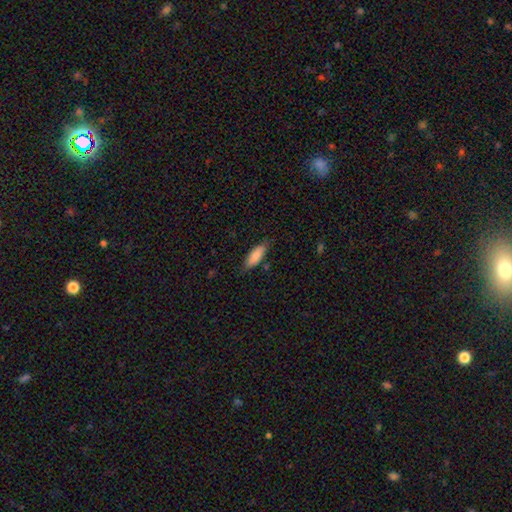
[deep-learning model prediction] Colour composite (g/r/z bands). It shows a smooth galaxy with no disk features (85%) that is in between round and cigar-shaped (68%). Merging: none (80%).